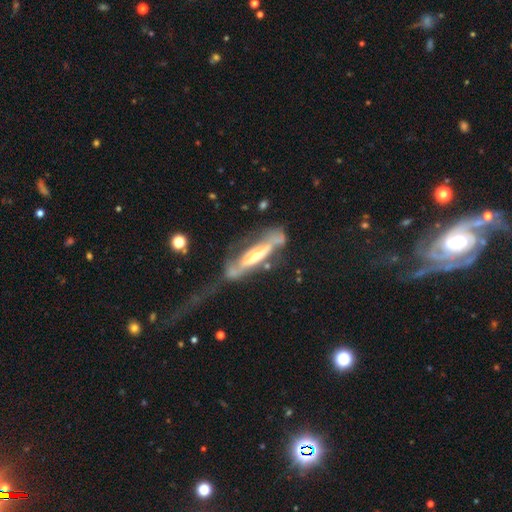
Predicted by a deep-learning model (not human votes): Smooth or featured? featured or disk (74%)
Edge-on disk? yes (55%)
Merging? major disturbance (38%)